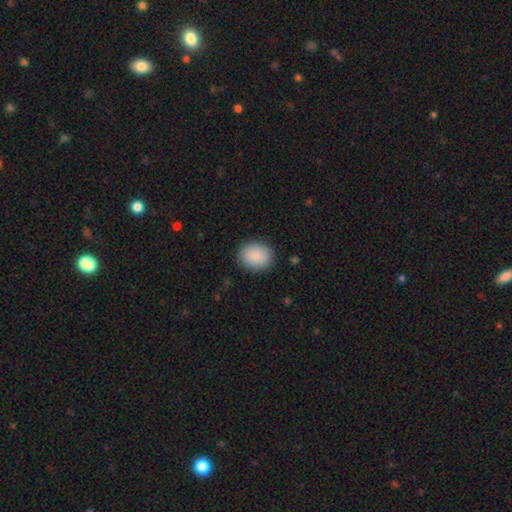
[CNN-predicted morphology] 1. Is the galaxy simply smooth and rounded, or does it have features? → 88% smooth, 7% star or artifact, 5% featured or disk.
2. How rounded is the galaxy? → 56% round, 43% in between, 1% cigar-shaped.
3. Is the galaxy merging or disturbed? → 88% none, 8% minor disturbance, 2% major disturbance, 1% merger.